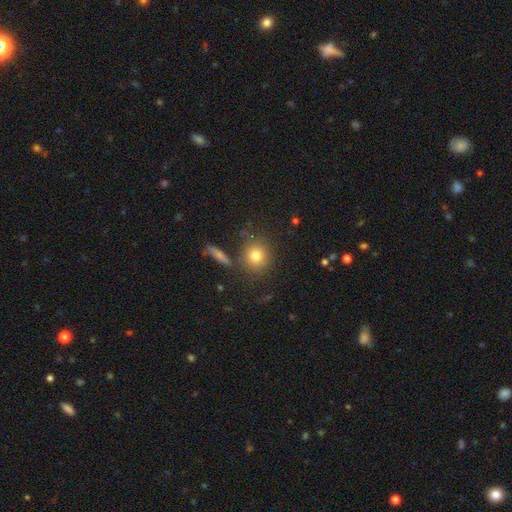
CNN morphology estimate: Smooth or featured? Predicted: smooth (p=0.79). How rounded? Predicted: round (p=0.87). Merging? Predicted: none (p=0.79).